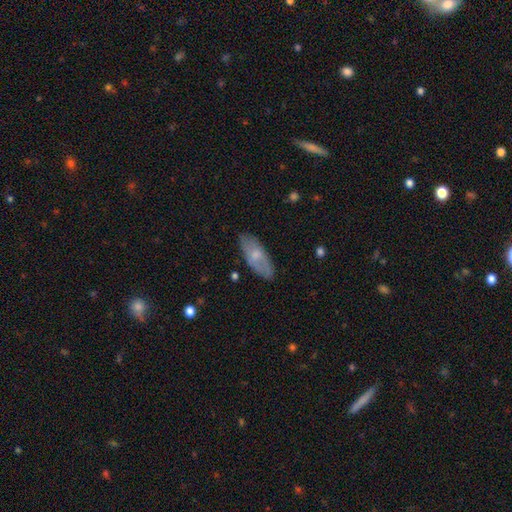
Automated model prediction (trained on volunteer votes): Q: Smooth or featured?
A: smooth (60%); runner-up: featured or disk (34%)
Q: How rounded?
A: in between (80%); runner-up: cigar-shaped (17%)
Q: Merging?
A: none (80%); runner-up: minor disturbance (16%)